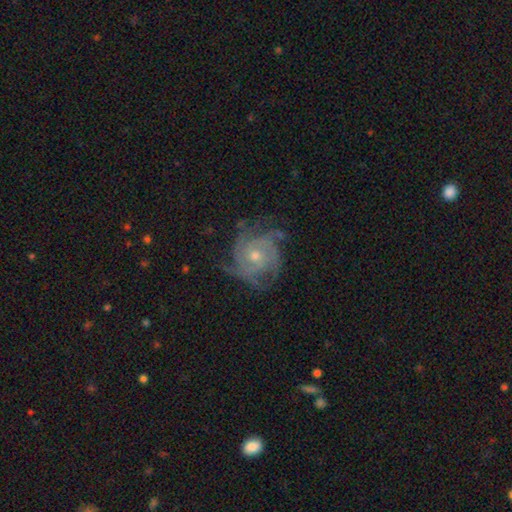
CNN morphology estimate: Smooth or featured? featured or disk (88%)
Edge-on disk? no (98%)
Bar? no (79%)
Spiral arms? yes (96%)
Spiral winding? tight (60%)
Spiral arm count? 3 (29%)
Bulge size? moderate (49%)
Merging? none (67%)